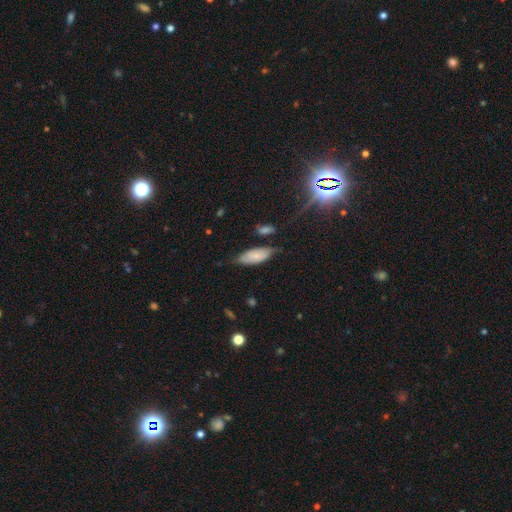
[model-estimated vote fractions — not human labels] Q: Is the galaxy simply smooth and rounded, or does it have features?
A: smooth — 67%.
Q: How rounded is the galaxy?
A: in between — 81%.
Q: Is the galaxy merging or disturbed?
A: none — 56%.